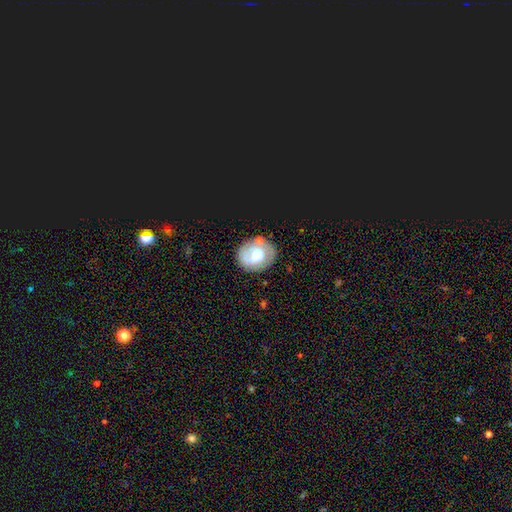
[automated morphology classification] featured or disk 51%, smooth 41%, star or artifact 8%. Down the decision tree: edge-on disk — no (97%); merging — none (65%).